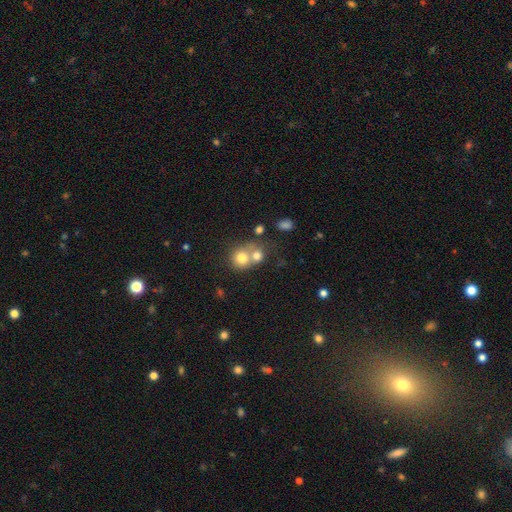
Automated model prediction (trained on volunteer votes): Smooth or featured? Predicted: smooth (p=0.70). How rounded? Predicted: round (p=0.79). Merging? Predicted: merger (p=0.57).